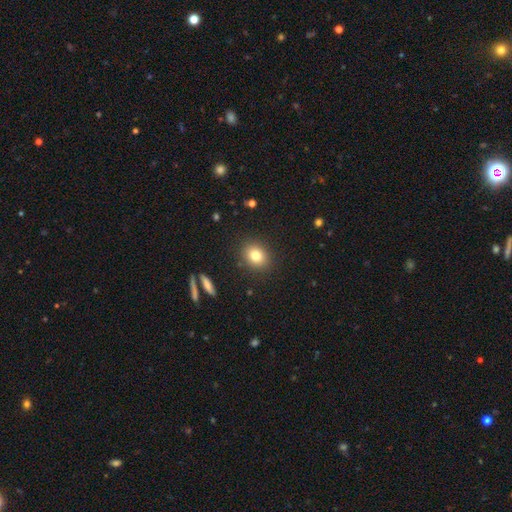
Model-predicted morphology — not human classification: smooth 80%, star or artifact 11%, featured or disk 9%. Down the decision tree: how rounded — round (61%); merging — none (88%).